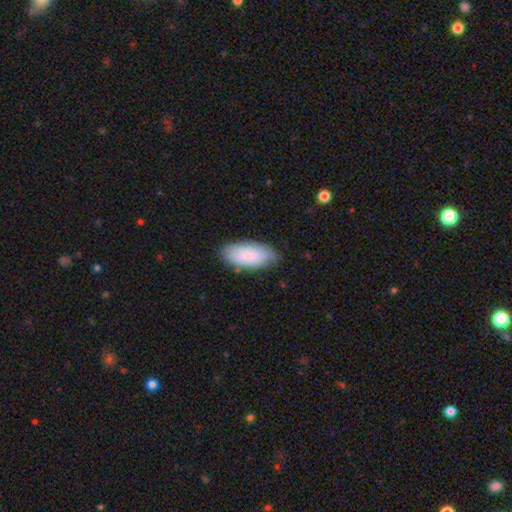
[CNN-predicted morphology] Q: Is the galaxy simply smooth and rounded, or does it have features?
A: smooth — 77%.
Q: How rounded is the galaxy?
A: in between — 92%.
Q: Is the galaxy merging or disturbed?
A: none — 77%.